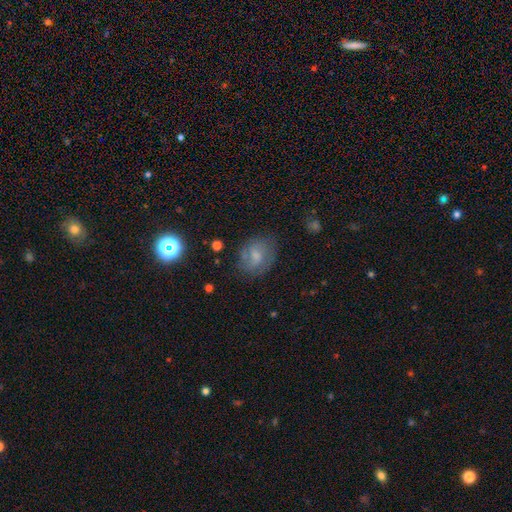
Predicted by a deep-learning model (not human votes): Smooth or featured?
  - smooth: 52% *
  - featured or disk: 37%
  - star or artifact: 11%
How rounded?
  - in between: 50% *
  - round: 49%
  - cigar-shaped: 1%
Merging?
  - none: 64% *
  - minor disturbance: 23%
  - major disturbance: 10%
  - merger: 2%